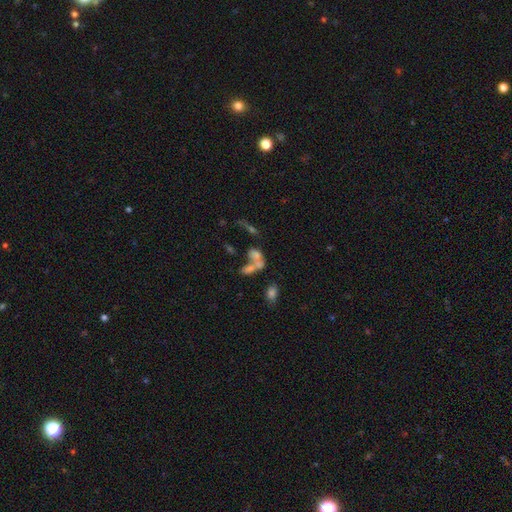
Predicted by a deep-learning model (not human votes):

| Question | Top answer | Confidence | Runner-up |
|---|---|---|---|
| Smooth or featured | smooth | 54% | featured or disk (30%) |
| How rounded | in between | 79% | round (15%) |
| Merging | merger | 59% | none (21%) |